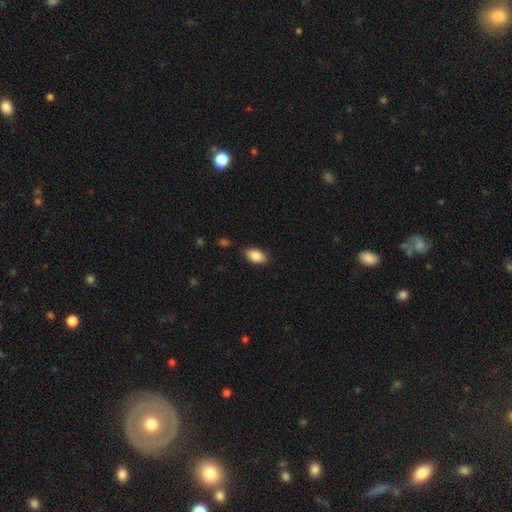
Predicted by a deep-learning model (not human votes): Morphology: type=smooth (86%); roundness=in between (92%); merging=none (86%).